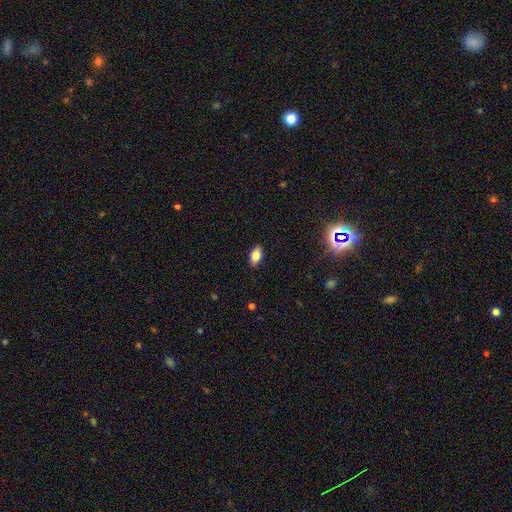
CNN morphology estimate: The model was most divided on "smooth or featured": smooth: 80%, featured or disk: 11%, star or artifact: 9%. More confident: how rounded — in between (90%); merging — none (89%).